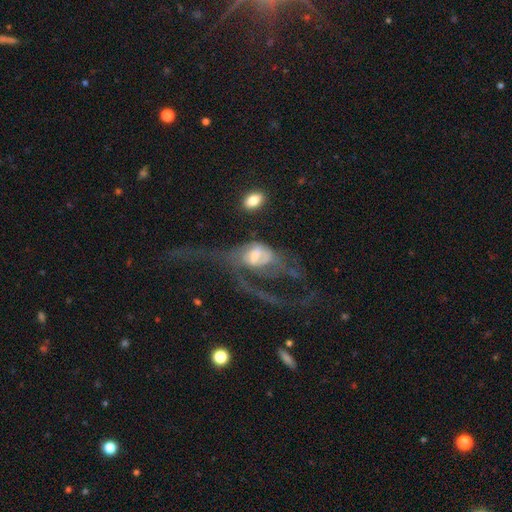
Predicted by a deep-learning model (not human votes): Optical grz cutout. It shows a featured or disk galaxy (65%) with no bar (47%), spiral arms (64%) and a moderate central bulge (40%). Merging: major disturbance (64%).